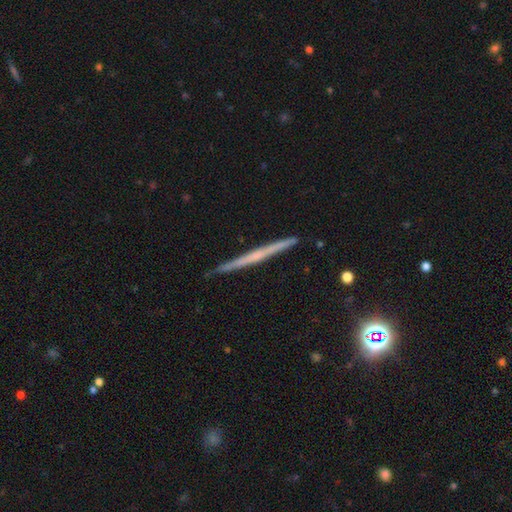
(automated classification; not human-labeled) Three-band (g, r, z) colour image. It shows a featured or disk galaxy (61%) viewed edge-on (98%) with no central bulge (76%). Merging: none (90%).